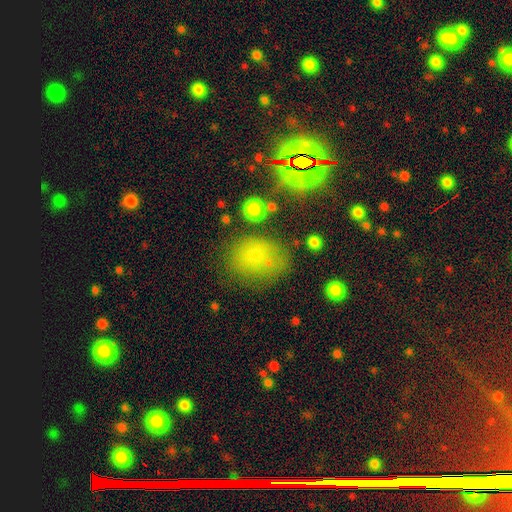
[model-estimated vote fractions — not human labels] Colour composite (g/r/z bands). It shows a smooth galaxy with no disk features (68%) that is in between round and cigar-shaped (51%). Merging: none (62%).